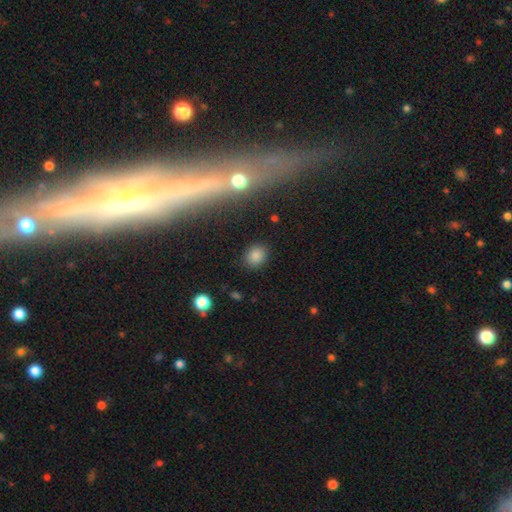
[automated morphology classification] smooth-or-featured: smooth: 80% | star or artifact: 14% | featured or disk: 6%
  how-rounded: round: 65% | in between: 34% | cigar-shaped: 1%
  merging: none: 87% | minor disturbance: 8% | major disturbance: 3% | merger: 2%